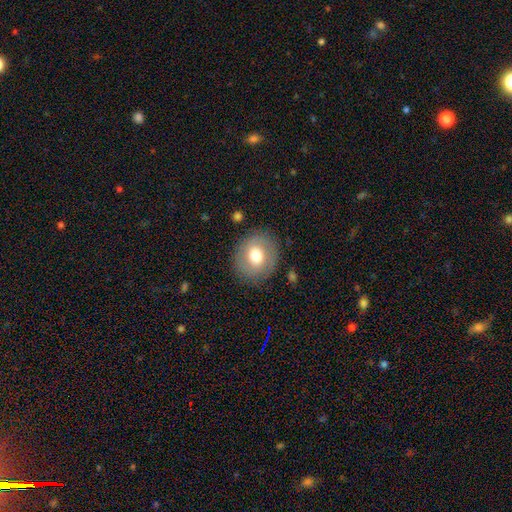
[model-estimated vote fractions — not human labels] Smooth or featured: smooth — 65% (featured or disk — 28%)
How rounded: round — 72% (in between — 27%)
Merging: none — 84% (minor disturbance — 10%)